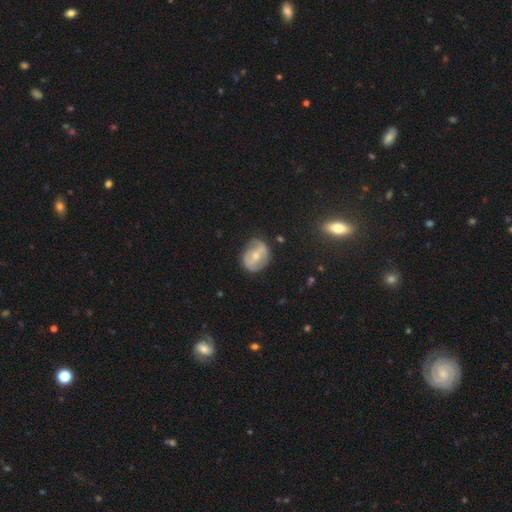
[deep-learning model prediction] Q: Smooth or featured?
A: featured or disk (62%); runner-up: smooth (31%)
Q: Edge-on disk?
A: no (96%); runner-up: yes (4%)
Q: Bar?
A: weak (42%); runner-up: strong (33%)
Q: Spiral arms?
A: yes (63%); runner-up: no (37%)
Q: Bulge size?
A: moderate (57%); runner-up: small (38%)
Q: Merging?
A: none (65%); runner-up: minor disturbance (25%)